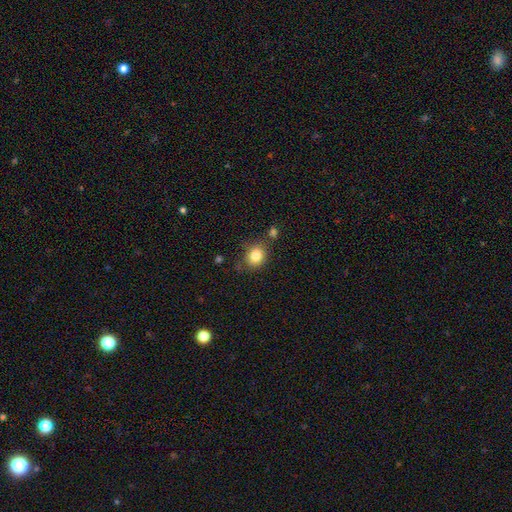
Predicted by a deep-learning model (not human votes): The model was most divided on "how rounded": round: 61%, in between: 38%, cigar-shaped: 1%. More confident: smooth or featured — smooth (84%); merging — none (68%).